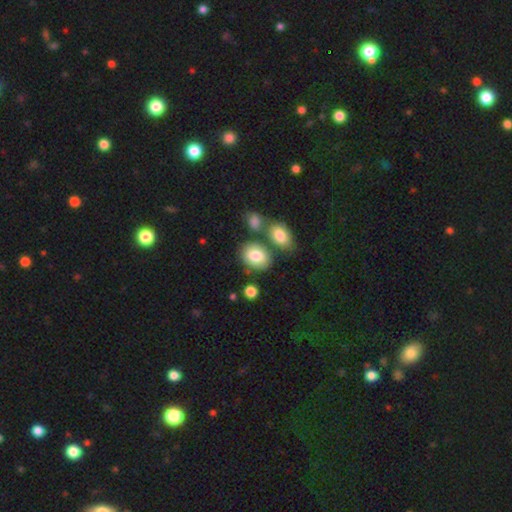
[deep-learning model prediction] Q: Smooth or featured?
A: smooth (80%); runner-up: featured or disk (12%)
Q: How rounded?
A: in between (66%); runner-up: round (33%)
Q: Merging?
A: none (64%); runner-up: merger (19%)